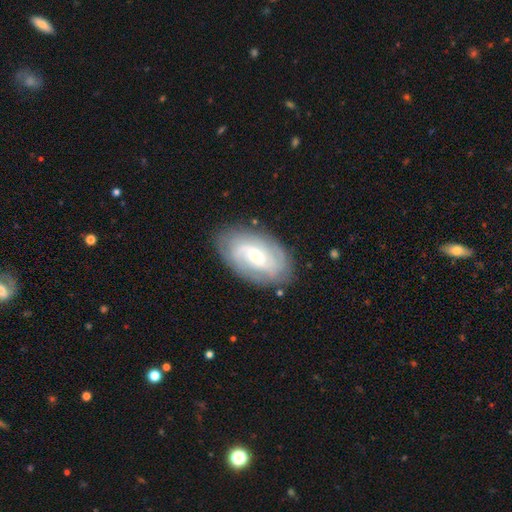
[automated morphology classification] A featured or disk galaxy (76%) with no bar (46%), 2 (39%) tight (47%) spiral arms (92%) and a small central bulge (51%). Merging: none (78%).